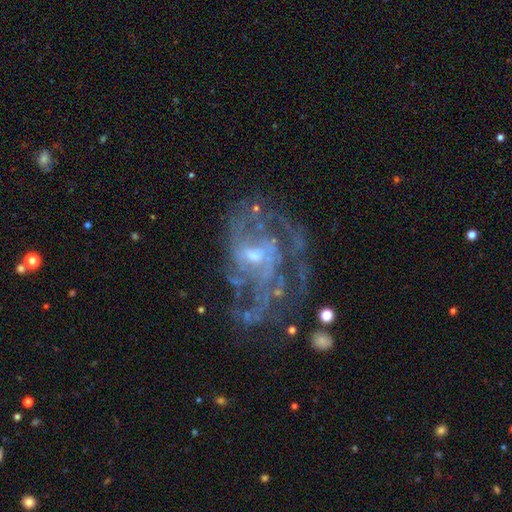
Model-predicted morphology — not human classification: Smooth or featured? featured or disk (85%)
Edge-on disk? no (97%)
Bar? no (49%)
Spiral arms? yes (86%)
Spiral winding? medium (45%)
Spiral arm count? can't tell (32%)
Bulge size? small (51%)
Merging? none (49%)